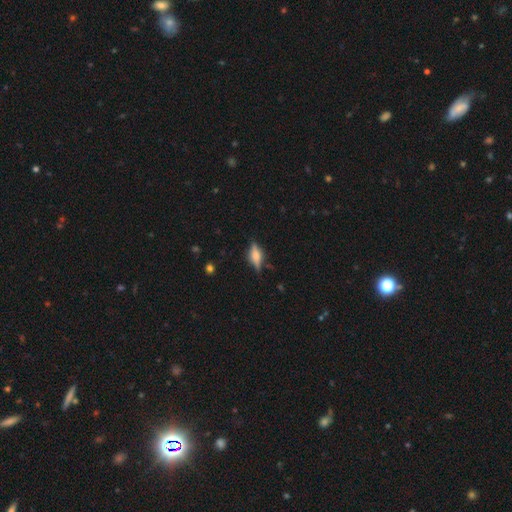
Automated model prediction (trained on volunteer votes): A featured or disk galaxy (61%) viewed edge-on (94%) with a rounded central bulge (79%).

Vote fractions:
- Smooth or featured? featured or disk: 61% / smooth: 31% / star or artifact: 8%
- Edge-on disk? yes: 94% / no: 6%
- Edge-on bulge? rounded: 79% / boxy: 18% / none: 3%
- Merging? none: 79% / minor disturbance: 15% / major disturbance: 4% / merger: 2%